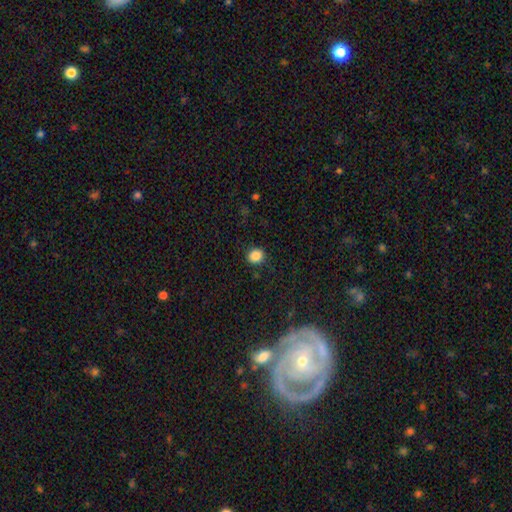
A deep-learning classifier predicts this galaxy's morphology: smooth-or-featured: smooth: 86% | star or artifact: 10% | featured or disk: 4%
  how-rounded: round: 77% | in between: 22% | cigar-shaped: 1%
  merging: none: 88% | minor disturbance: 8% | major disturbance: 3% | merger: 1%